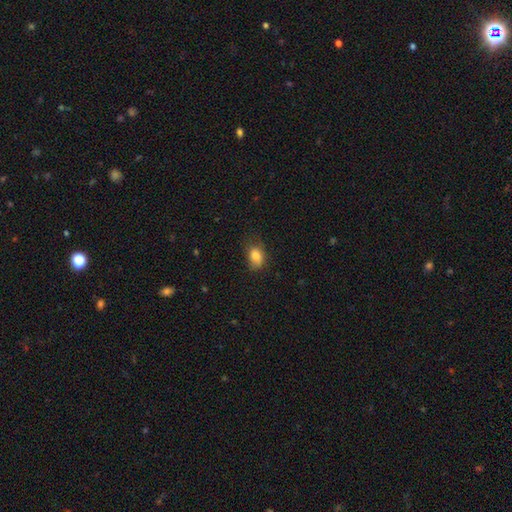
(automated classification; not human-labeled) Overall: smooth (82%). How rounded: in between (80%). Merging: none (56%; minor disturbance 31%).